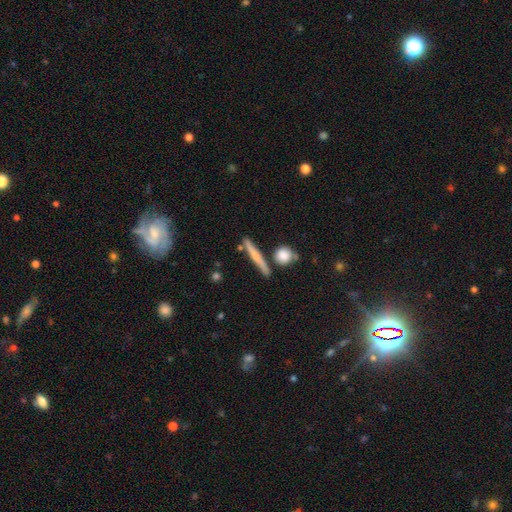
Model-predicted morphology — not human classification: This appears to be a smooth galaxy with no disk features (51%) that is cigar-shaped (87%). Merging: none (79%).